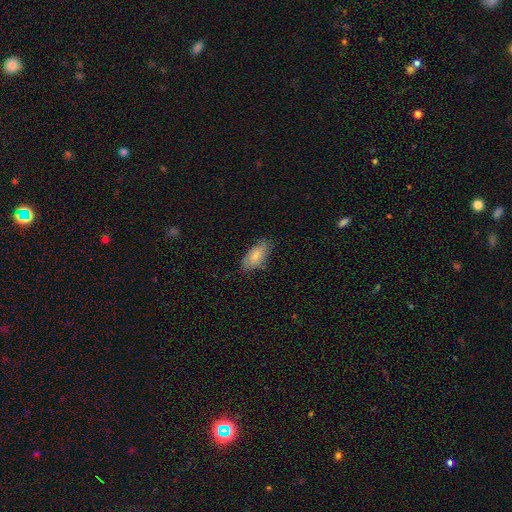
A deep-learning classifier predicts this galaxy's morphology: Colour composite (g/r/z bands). It shows a smooth galaxy with no disk features (80%) that is in between round and cigar-shaped (91%). Merging: none (72%).